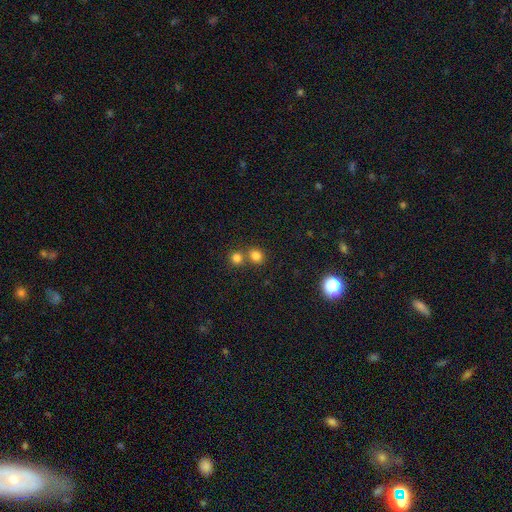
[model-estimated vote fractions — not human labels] smooth-or-featured: smooth: 80% | star or artifact: 15% | featured or disk: 6%
  how-rounded: round: 75% | in between: 24% | cigar-shaped: 1%
  merging: none: 57% | merger: 34% | minor disturbance: 7% | major disturbance: 3%